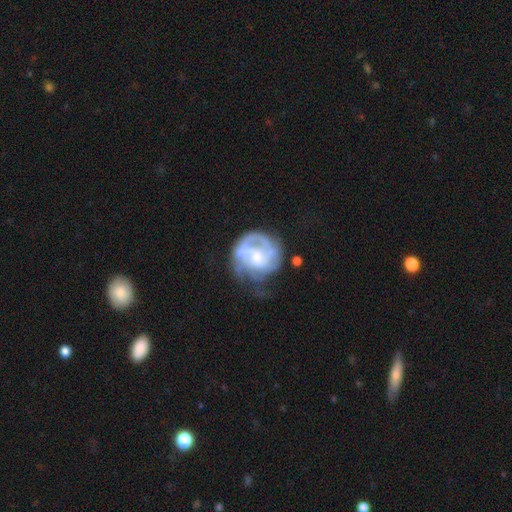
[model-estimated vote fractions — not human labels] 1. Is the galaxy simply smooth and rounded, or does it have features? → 76% featured or disk, 17% smooth, 7% star or artifact.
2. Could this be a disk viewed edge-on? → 98% no, 2% yes.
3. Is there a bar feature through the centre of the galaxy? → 54% no, 38% weak, 8% strong.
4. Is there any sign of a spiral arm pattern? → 84% yes, 16% no.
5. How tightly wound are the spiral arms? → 45% tight, 38% medium, 17% loose.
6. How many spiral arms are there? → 34% can't tell, 25% 2, 21% 3, 9% 1, 6% 4, 4% more than 4.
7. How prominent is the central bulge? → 42% small, 34% moderate, 16% none, 6% large, 1% dominant.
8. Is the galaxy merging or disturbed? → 45% none, 26% major disturbance, 25% minor disturbance, 3% merger.